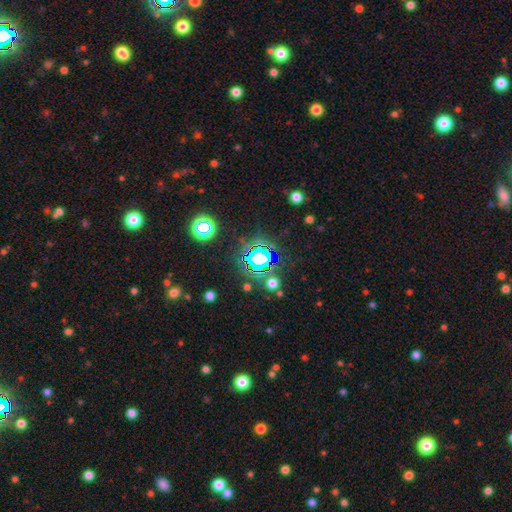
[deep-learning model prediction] Smooth or featured? star or artifact (68%)